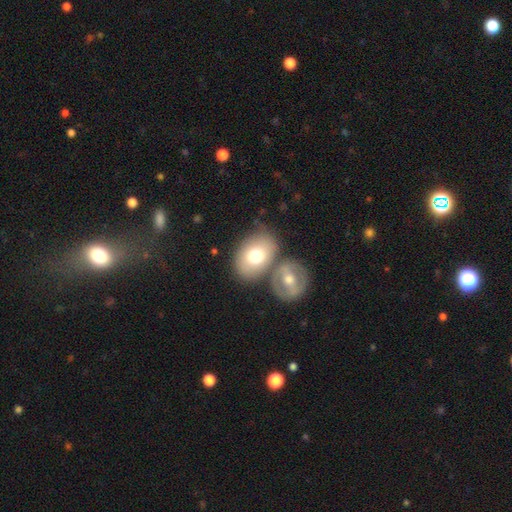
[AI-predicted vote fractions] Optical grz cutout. It shows a smooth galaxy with no disk features (67%) that is in between round and cigar-shaped (72%). Merging: none (53%).